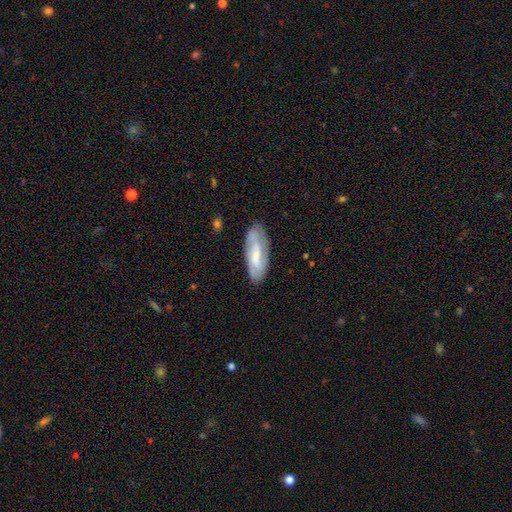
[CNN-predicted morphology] Q: Smooth or featured?
A: featured or disk (47%); runner-up: smooth (46%)
Q: Merging?
A: none (78%); runner-up: minor disturbance (16%)